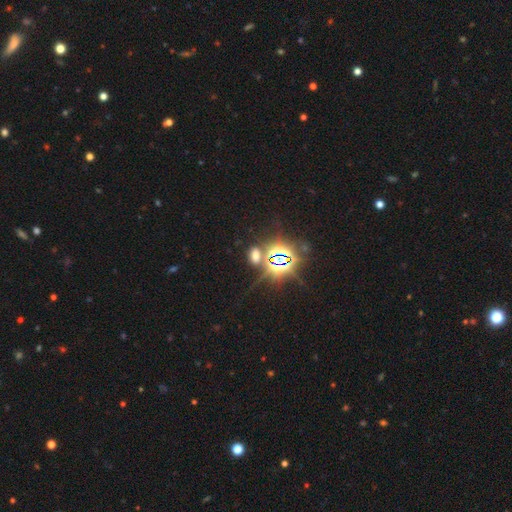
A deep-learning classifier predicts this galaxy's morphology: Smooth or featured? Predicted: star or artifact (p=0.55).